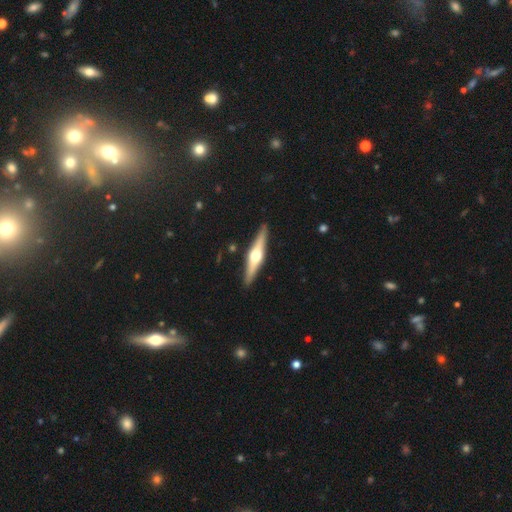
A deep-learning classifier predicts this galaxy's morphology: Smooth or featured? featured or disk (72%)
Edge-on disk? yes (97%)
Edge-on bulge? rounded (95%)
Merging? none (91%)